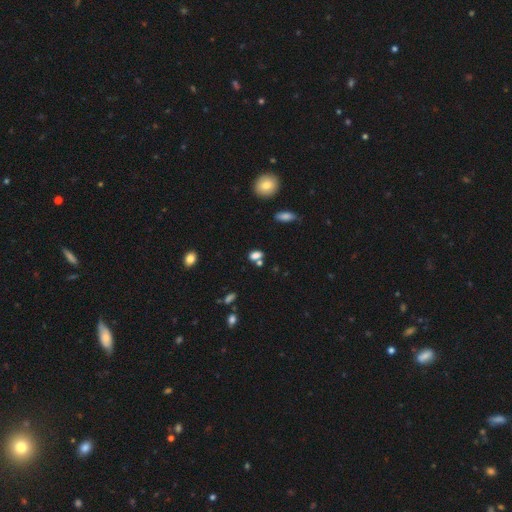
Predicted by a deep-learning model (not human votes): A smooth galaxy with no disk features (77%) that is in between round and cigar-shaped (77%). Merging: none (57%).